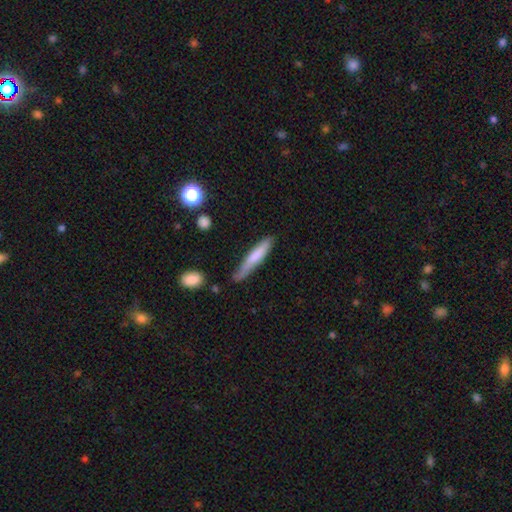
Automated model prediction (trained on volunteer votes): smooth-or-featured: smooth: 68% | featured or disk: 27% | star or artifact: 6%
  how-rounded: cigar-shaped: 90% | in between: 9% | round: 1%
  merging: none: 63% | minor disturbance: 26% | major disturbance: 7% | merger: 4%